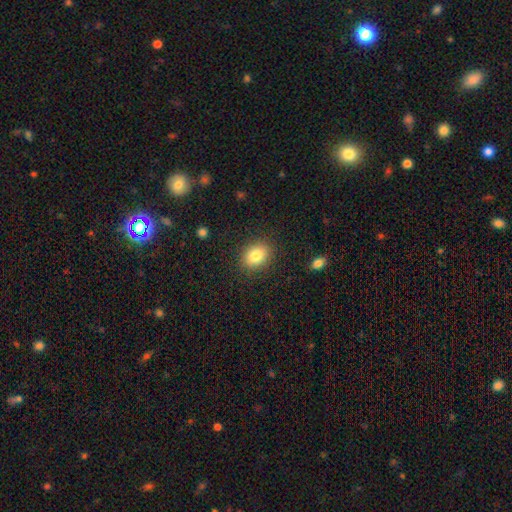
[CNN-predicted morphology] smooth 82%, star or artifact 9%, featured or disk 9%. Down the decision tree: how rounded — in between (58%); merging — none (87%).